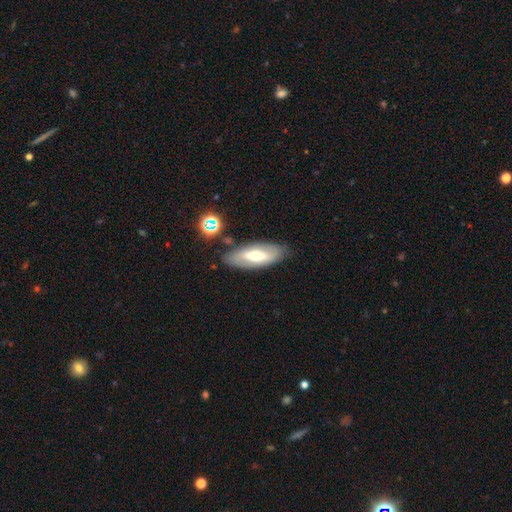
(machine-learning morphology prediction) smooth-or-featured: featured or disk: 47% | smooth: 45% | star or artifact: 8%
  merging: none: 79% | minor disturbance: 13% | major disturbance: 4% | merger: 3%